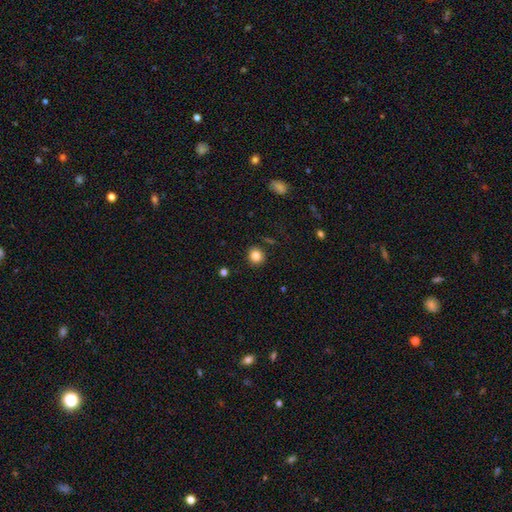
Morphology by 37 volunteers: This appears to be a smooth galaxy with no disk features (89%) that is round (88%). Merging: none (94%).